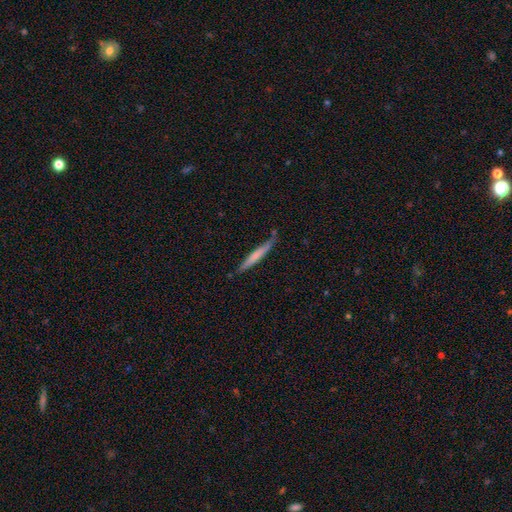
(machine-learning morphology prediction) A smooth galaxy with no disk features (59%) that is cigar-shaped (96%). Merging: none (77%).